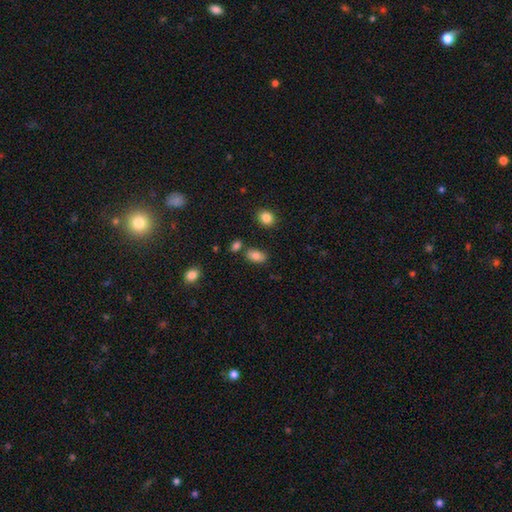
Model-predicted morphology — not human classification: The model was most divided on "merging": none: 75%, minor disturbance: 12%, merger: 10%, major disturbance: 3%. More confident: how rounded — in between (89%); smooth or featured — smooth (83%).